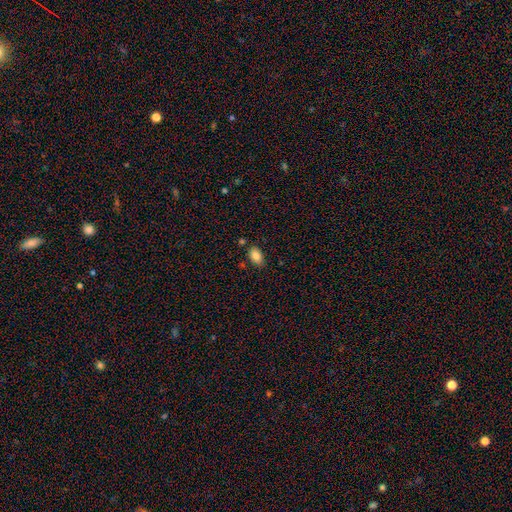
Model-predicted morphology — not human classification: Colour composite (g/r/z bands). It shows a smooth galaxy with no disk features (85%) that is in between round and cigar-shaped (90%). Merging: none (80%).